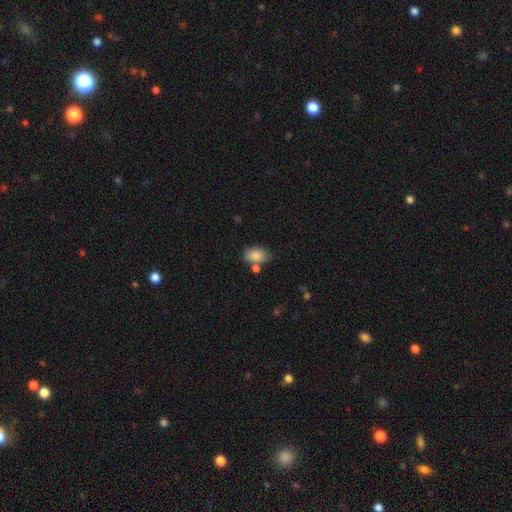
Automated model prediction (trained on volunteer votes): smooth_or_featured: smooth (p=0.84) [alt: featured or disk p=0.09]
how_rounded: in between (p=0.87) [alt: round p=0.12]
merging: none (p=0.60) [alt: minor disturbance p=0.18]